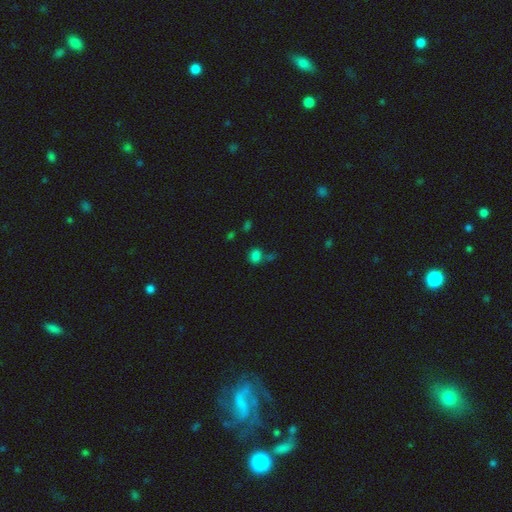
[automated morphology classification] The model was most divided on "how rounded": round: 50%, in between: 49%, cigar-shaped: 1%. More confident: smooth or featured — smooth (76%); merging — none (62%).